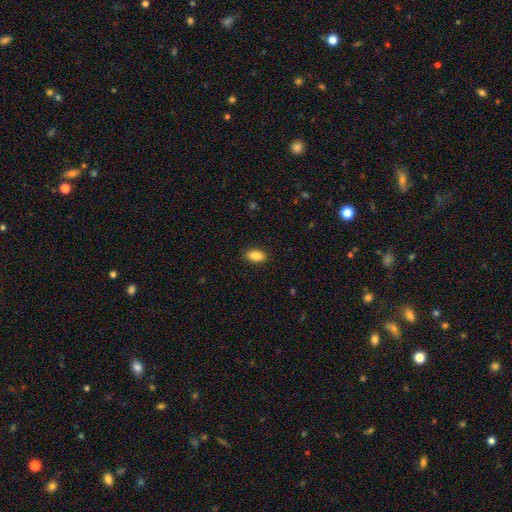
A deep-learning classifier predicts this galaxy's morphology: smooth 88%, star or artifact 7%, featured or disk 4%. Down the decision tree: how rounded — in between (92%); merging — none (90%).